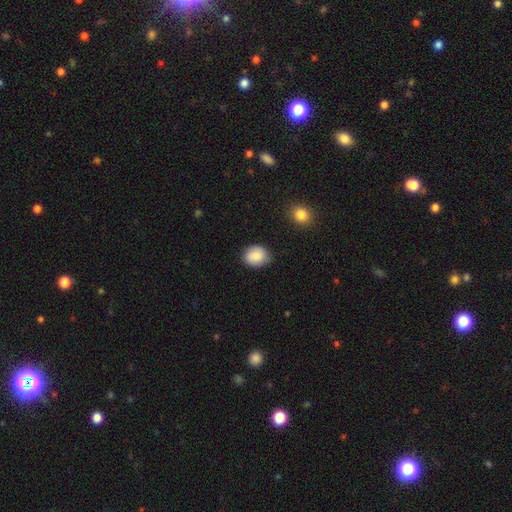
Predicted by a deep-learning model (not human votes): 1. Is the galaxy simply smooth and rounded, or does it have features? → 83% smooth, 10% featured or disk, 8% star or artifact.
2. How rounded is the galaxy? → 50% round, 49% in between, 1% cigar-shaped.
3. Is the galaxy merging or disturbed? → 78% none, 17% minor disturbance, 3% major disturbance, 2% merger.